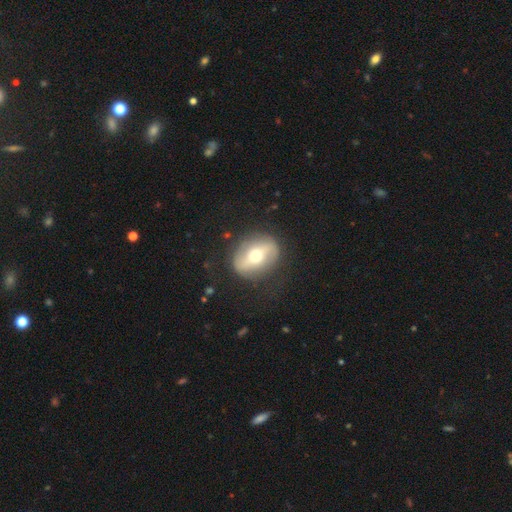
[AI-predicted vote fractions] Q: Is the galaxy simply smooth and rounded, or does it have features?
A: featured or disk — 59%.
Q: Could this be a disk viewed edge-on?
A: no — 87%.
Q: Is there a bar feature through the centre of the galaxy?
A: strong — 54%.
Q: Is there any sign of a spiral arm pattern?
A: no — 59%.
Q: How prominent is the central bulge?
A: moderate — 70%.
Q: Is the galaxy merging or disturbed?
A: none — 83%.